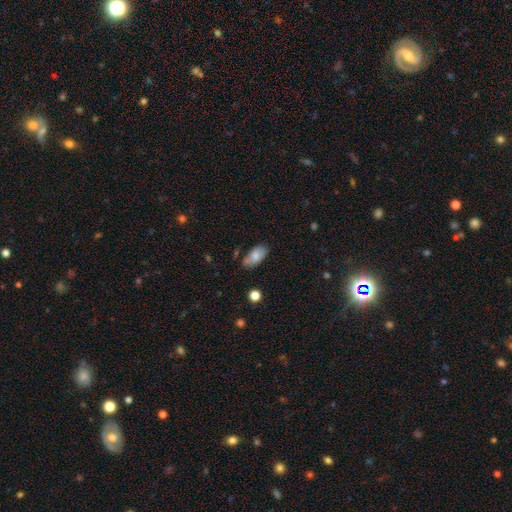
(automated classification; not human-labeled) Overall: smooth (77%). How rounded: in between (92%). Merging: none (71%).